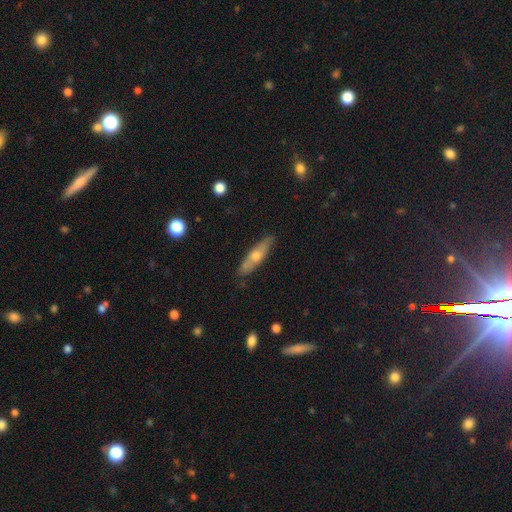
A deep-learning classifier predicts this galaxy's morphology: Smooth or featured? Predicted: featured or disk (p=0.48). Merging? Predicted: none (p=0.85).